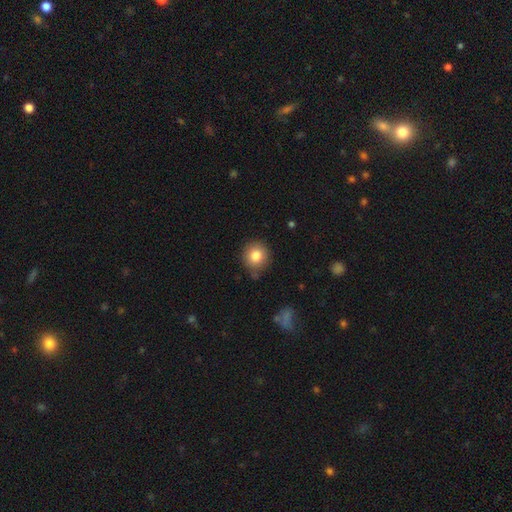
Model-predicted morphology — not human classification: type=smooth (83%); roundness=round (90%); merging=none (82%).